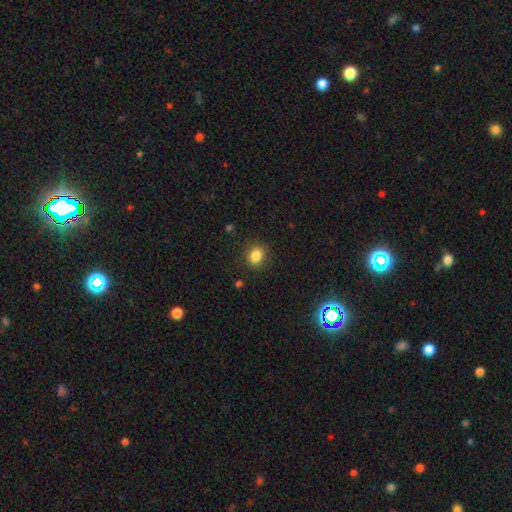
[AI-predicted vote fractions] This is clearly a smooth galaxy (85%). How rounded: likely round (60%). Merging: clearly none (85%).